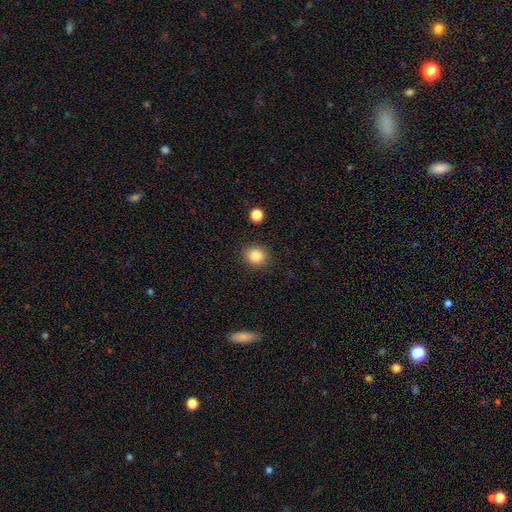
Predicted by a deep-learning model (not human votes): Smooth or featured? Predicted: smooth (p=0.85). How rounded? Predicted: round (p=0.83). Merging? Predicted: none (p=0.89).